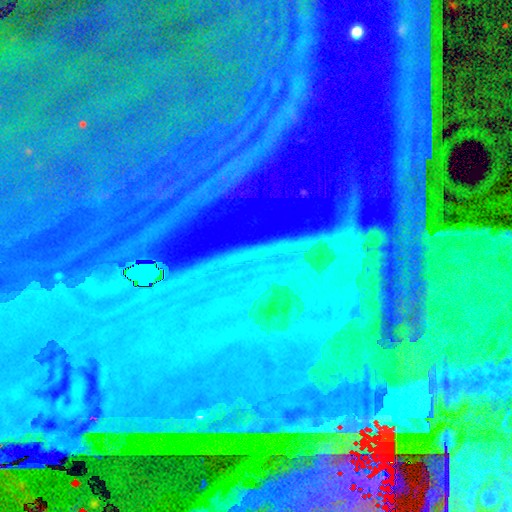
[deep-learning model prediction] Q: Smooth or featured?
A: star or artifact (88%); runner-up: featured or disk (7%)